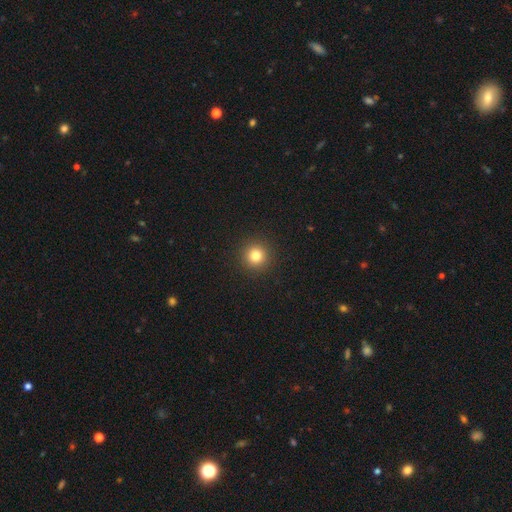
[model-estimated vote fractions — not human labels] Smooth or featured? smooth (81%)
How rounded? round (95%)
Merging? none (93%)